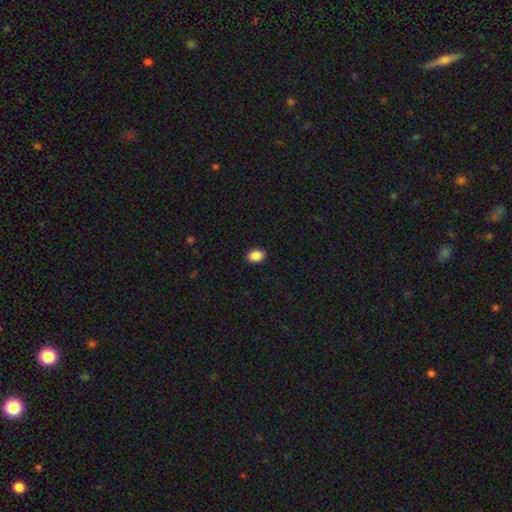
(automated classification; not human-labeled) A smooth galaxy with no disk features (88%) that is in between round and cigar-shaped (68%). Merging: none (90%).